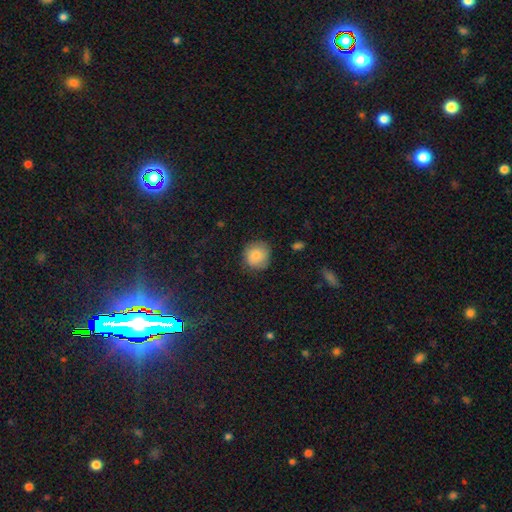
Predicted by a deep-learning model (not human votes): Smooth or featured? Predicted: smooth (p=0.84). How rounded? Predicted: round (p=0.90). Merging? Predicted: none (p=0.79).